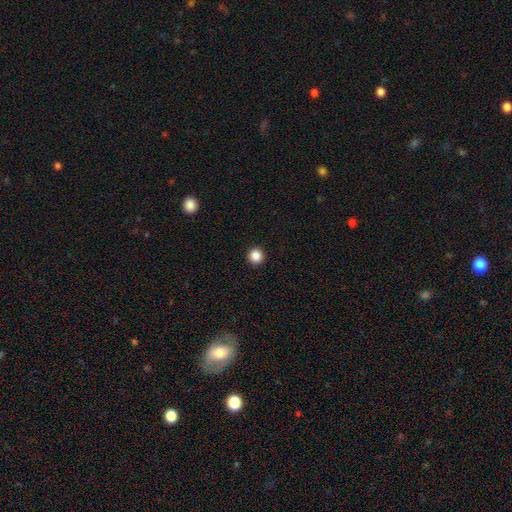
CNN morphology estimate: Overall: smooth (87%). How rounded: round (93%). Merging: none (93%).